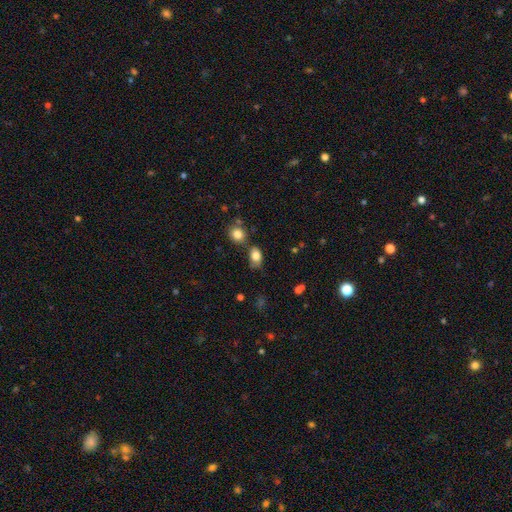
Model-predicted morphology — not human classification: A smooth galaxy with no disk features (83%) that is in between round and cigar-shaped (81%).

Vote fractions:
- Smooth or featured? smooth: 83% / star or artifact: 10% / featured or disk: 7%
- How rounded? in between: 81% / round: 17% / cigar-shaped: 2%
- Merging? none: 58% / minor disturbance: 21% / merger: 15% / major disturbance: 6%